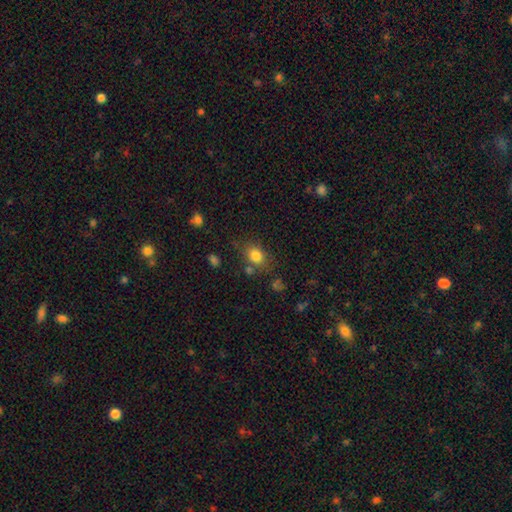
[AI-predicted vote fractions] Morphology: type=smooth (81%); roundness=in between (52%); merging=none (69%).